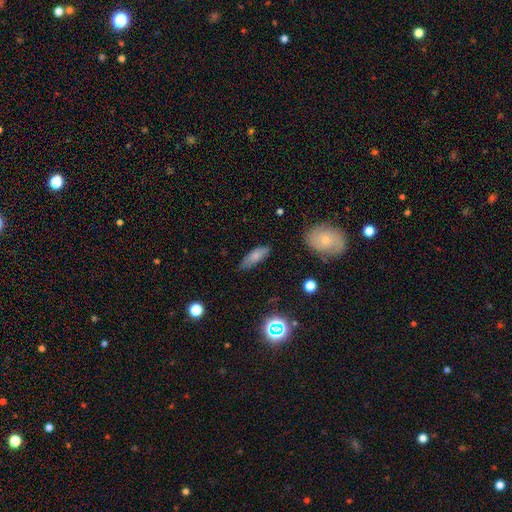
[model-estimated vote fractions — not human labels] smooth 75%, featured or disk 15%, star or artifact 9%. Down the decision tree: how rounded — in between (62%); merging — none (78%).